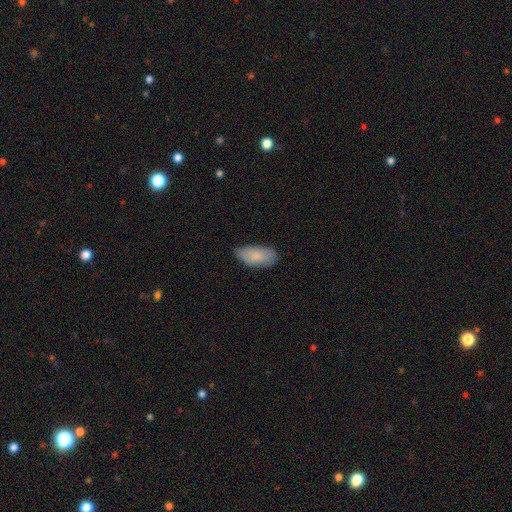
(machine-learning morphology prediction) smooth-or-featured: smooth: 84% | featured or disk: 10% | star or artifact: 6%
  how-rounded: in between: 92% | cigar-shaped: 6% | round: 2%
  merging: none: 66% | minor disturbance: 28% | major disturbance: 5% | merger: 1%